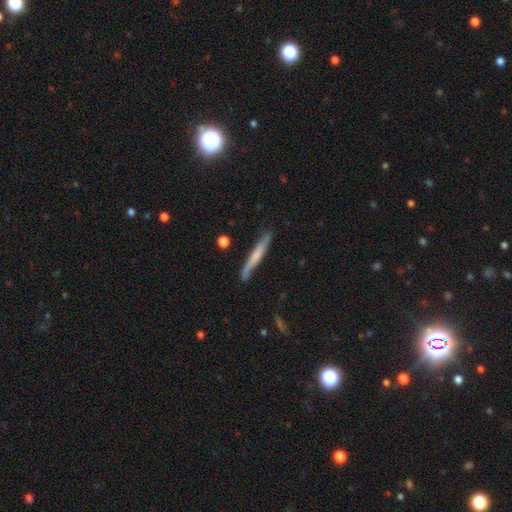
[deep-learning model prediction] Q: Smooth or featured?
A: smooth (53%); runner-up: featured or disk (41%)
Q: How rounded?
A: cigar-shaped (95%); runner-up: in between (3%)
Q: Merging?
A: none (75%); runner-up: minor disturbance (19%)